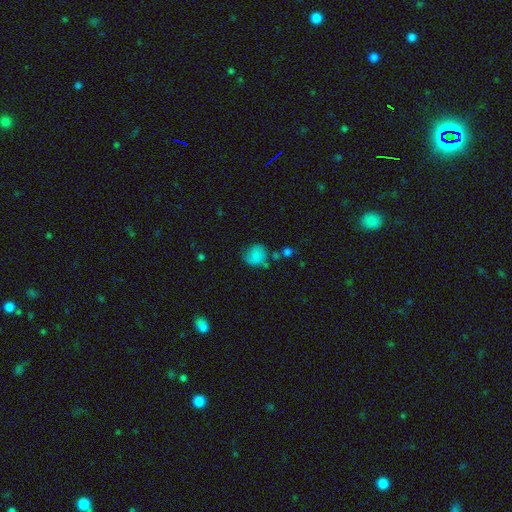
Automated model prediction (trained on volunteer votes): A smooth galaxy with no disk features (71%) that is round (74%). Merging: none (57%).